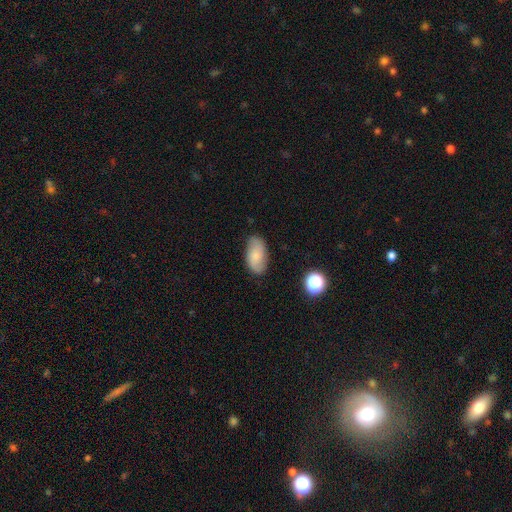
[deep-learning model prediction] A smooth galaxy with no disk features (66%) that is in between round and cigar-shaped (94%).

Vote fractions:
- Smooth or featured? smooth: 66% / featured or disk: 25% / star or artifact: 8%
- How rounded? in between: 94% / round: 4% / cigar-shaped: 3%
- Merging? none: 79% / minor disturbance: 17% / major disturbance: 3% / merger: 2%